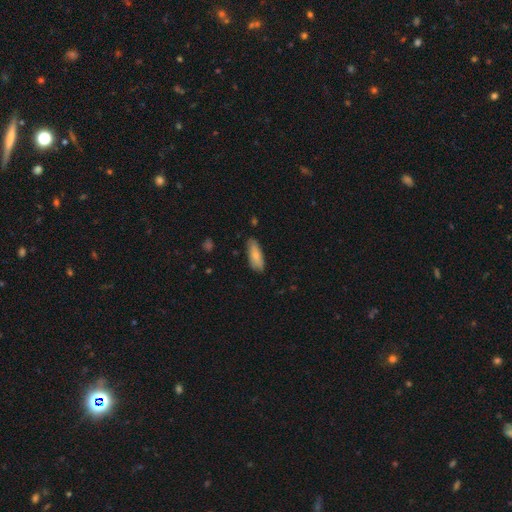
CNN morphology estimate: Q: Smooth or featured?
A: smooth (80%); runner-up: featured or disk (14%)
Q: How rounded?
A: in between (62%); runner-up: cigar-shaped (36%)
Q: Merging?
A: none (79%); runner-up: minor disturbance (17%)